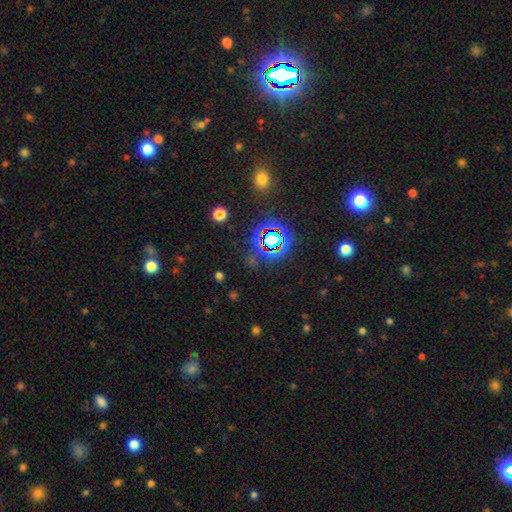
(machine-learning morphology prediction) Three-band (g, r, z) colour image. It shows a star or artifact, not a galaxy (72%).